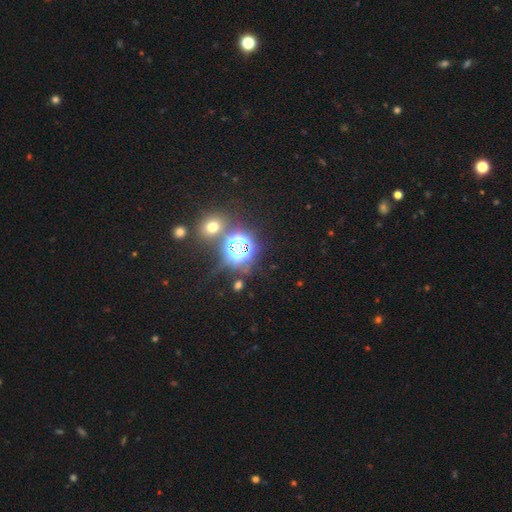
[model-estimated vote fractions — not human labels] A star or artifact, not a galaxy (78%).